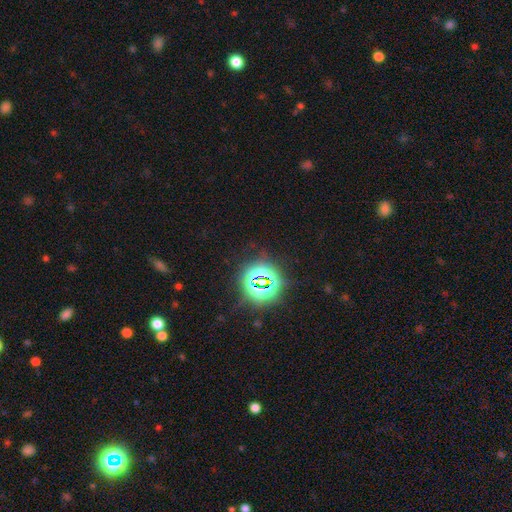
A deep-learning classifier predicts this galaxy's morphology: Smooth or featured: star or artifact — 80% (smooth — 13%)